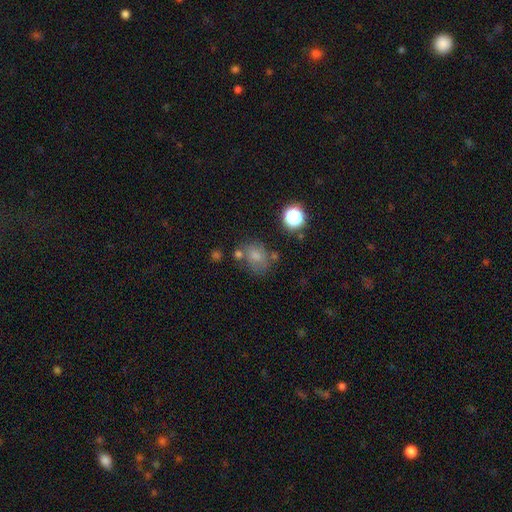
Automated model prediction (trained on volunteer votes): Overall: smooth (68%). How rounded: in between (52%; round 47%). Merging: none (52%; minor disturbance 22%).